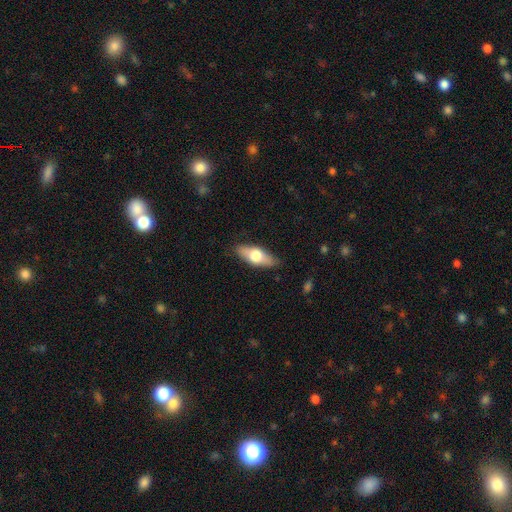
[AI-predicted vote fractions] A smooth galaxy with no disk features (58%) that is in between round and cigar-shaped (73%).

Vote fractions:
- Smooth or featured? smooth: 58% / featured or disk: 36% / star or artifact: 6%
- How rounded? in between: 73% / cigar-shaped: 24% / round: 3%
- Merging? none: 84% / minor disturbance: 12% / major disturbance: 3% / merger: 1%